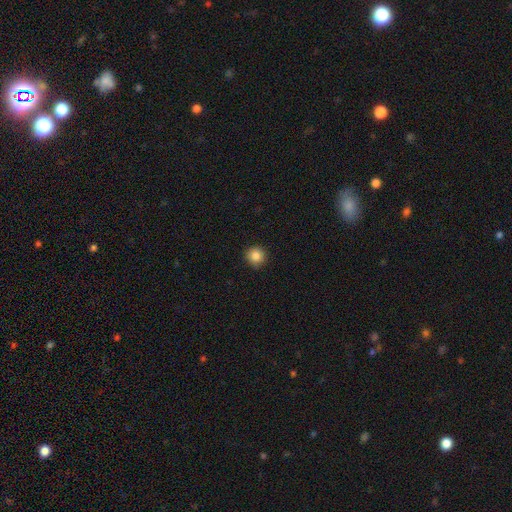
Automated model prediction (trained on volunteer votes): Smooth or featured? Predicted: smooth (p=0.84). How rounded? Predicted: round (p=0.95). Merging? Predicted: none (p=0.91).